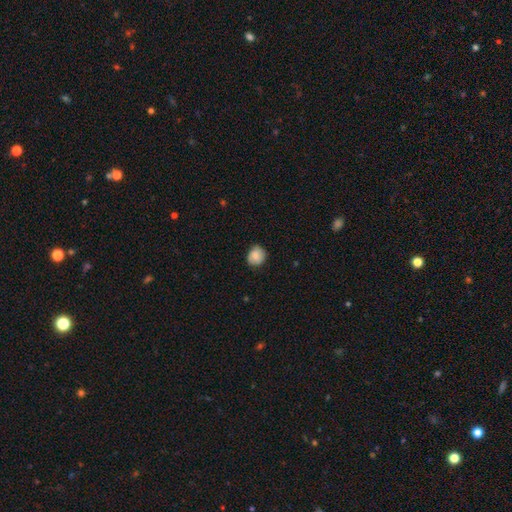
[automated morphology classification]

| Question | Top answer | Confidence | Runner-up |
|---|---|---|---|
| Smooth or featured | smooth | 80% | featured or disk (13%) |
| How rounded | round | 78% | in between (21%) |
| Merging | none | 79% | minor disturbance (17%) |